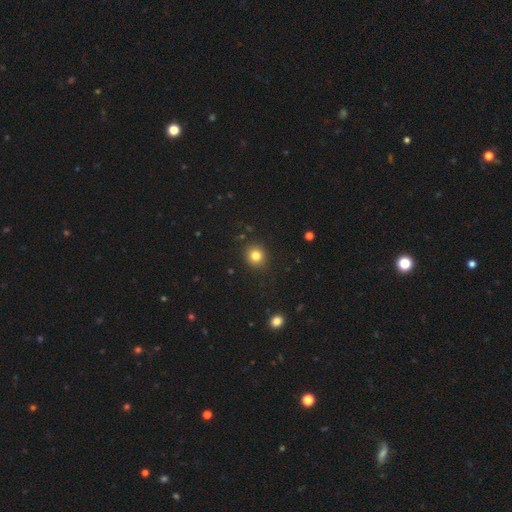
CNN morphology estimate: This is clearly a smooth galaxy (81%). How rounded: clearly round (89%). Merging: clearly none (90%).